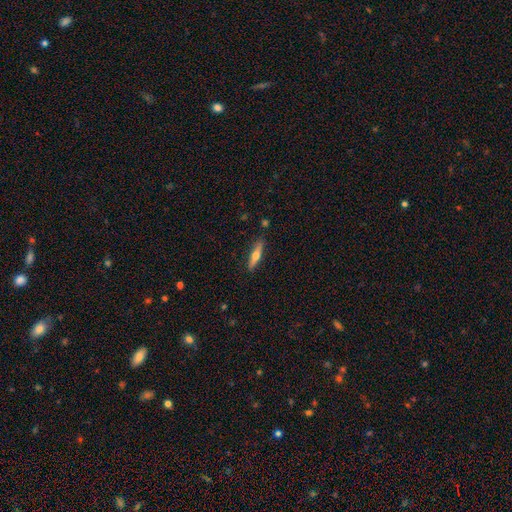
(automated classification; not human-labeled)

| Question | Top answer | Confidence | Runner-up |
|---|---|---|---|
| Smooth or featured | featured or disk | 51% | smooth (43%) |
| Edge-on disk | yes | 94% | no (6%) |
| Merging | none | 88% | minor disturbance (9%) |